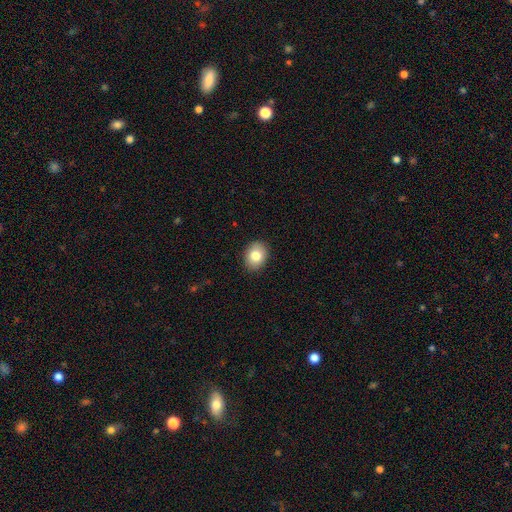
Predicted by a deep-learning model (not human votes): This is clearly a smooth galaxy (82%). How rounded: possibly in between (52%). Merging: clearly none (89%).